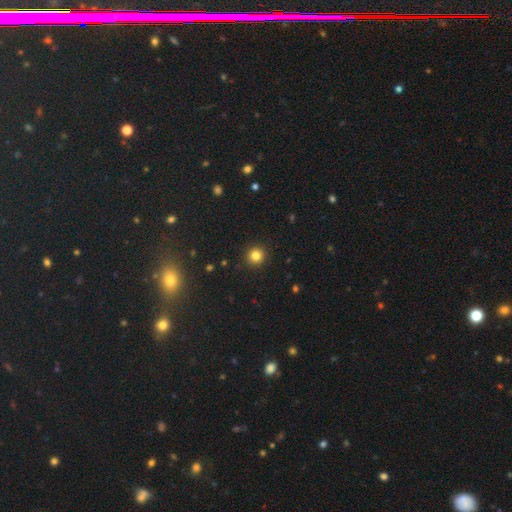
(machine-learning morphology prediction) A smooth galaxy with no disk features (82%) that is round (95%). Merging: none (93%).